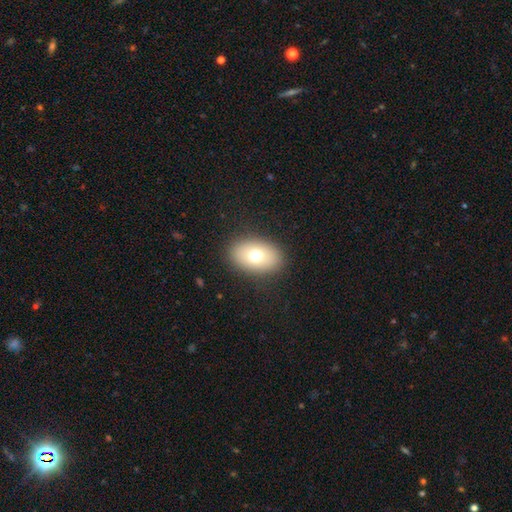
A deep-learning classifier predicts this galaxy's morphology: This is likely a smooth galaxy (70%). How rounded: clearly in between (82%). Merging: clearly none (87%).